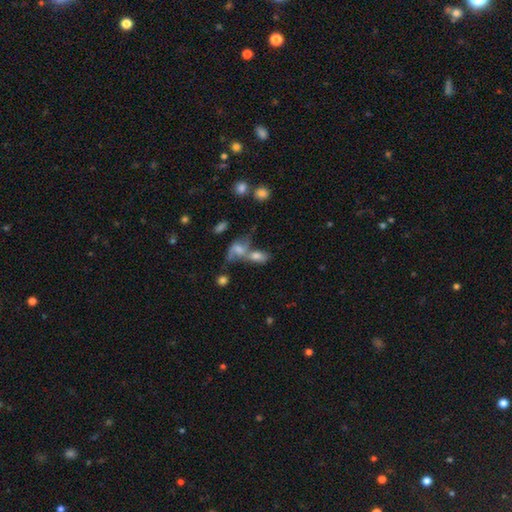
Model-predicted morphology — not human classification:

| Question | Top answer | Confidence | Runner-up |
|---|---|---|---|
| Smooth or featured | smooth | 45% | featured or disk (37%) |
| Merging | merger | 60% | none (22%) |